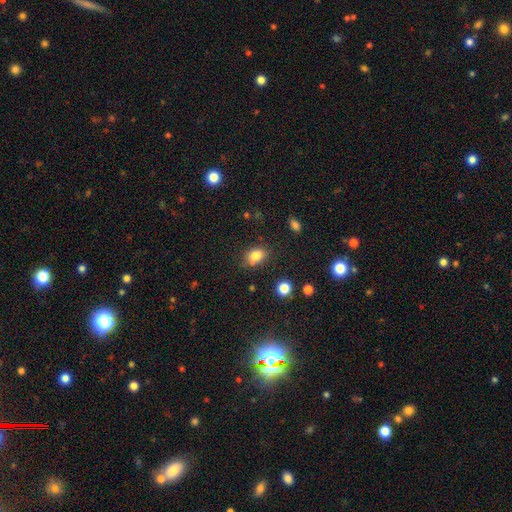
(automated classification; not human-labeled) A smooth galaxy with no disk features (81%) that is in between round and cigar-shaped (69%). Merging: none (71%).